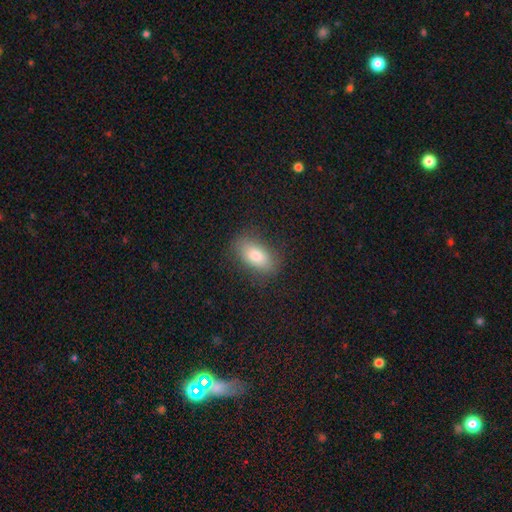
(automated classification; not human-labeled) Morphology: type=smooth (80%); roundness=in between (88%); merging=none (83%).